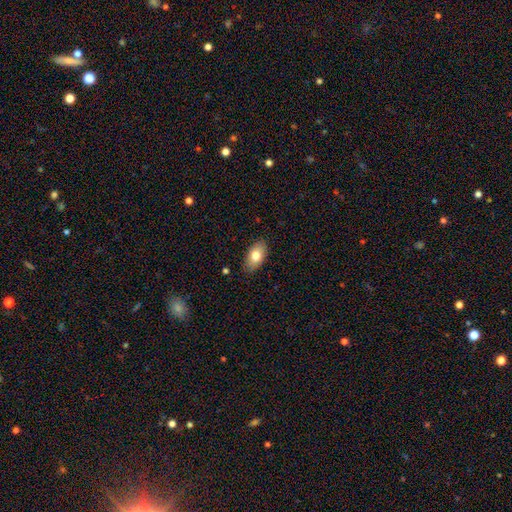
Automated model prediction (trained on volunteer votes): A smooth galaxy with no disk features (78%) that is in between round and cigar-shaped (92%). Merging: none (86%).